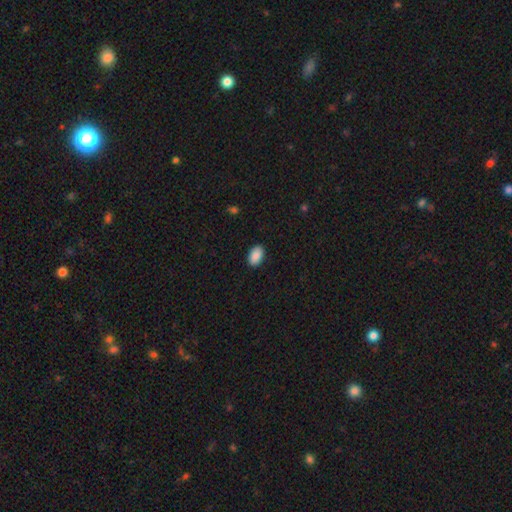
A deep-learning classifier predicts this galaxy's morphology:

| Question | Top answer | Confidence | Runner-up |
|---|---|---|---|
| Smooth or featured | smooth | 90% | star or artifact (7%) |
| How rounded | in between | 92% | round (7%) |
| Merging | none | 90% | minor disturbance (7%) |